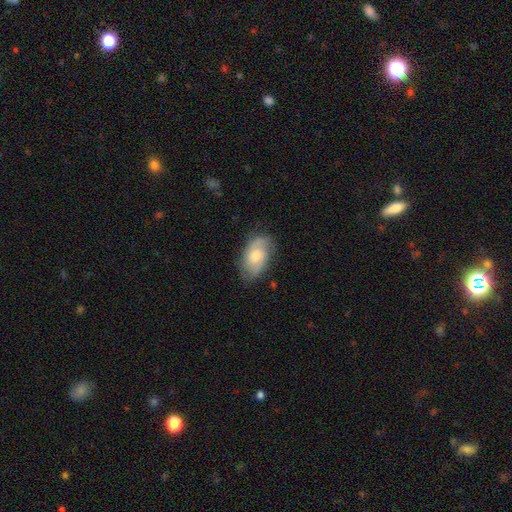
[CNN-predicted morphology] A smooth galaxy with no disk features (47%). Merging: none (72%).